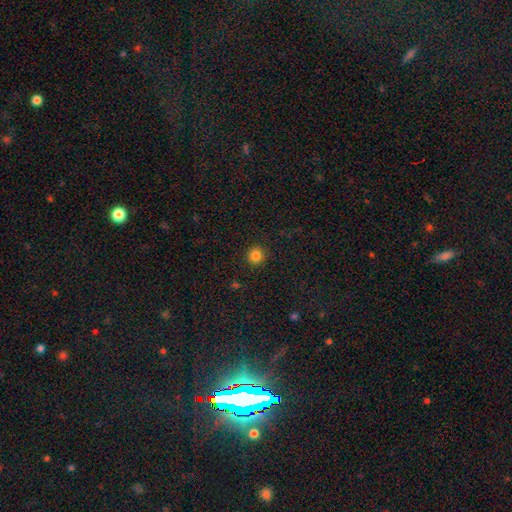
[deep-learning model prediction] This is clearly a smooth galaxy (84%). How rounded: clearly round (93%). Merging: clearly none (92%).